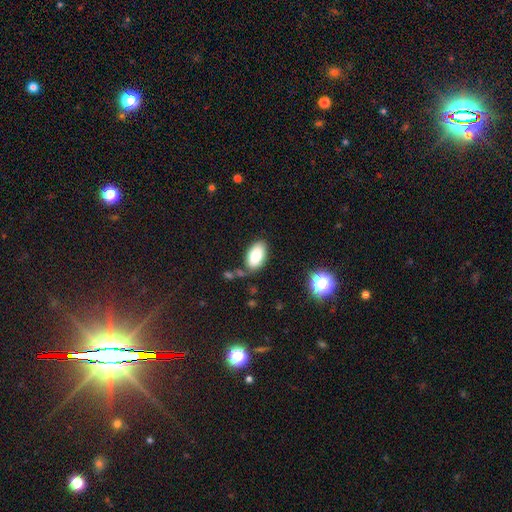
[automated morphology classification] type=smooth (80%); roundness=in between (93%); merging=none (72%).